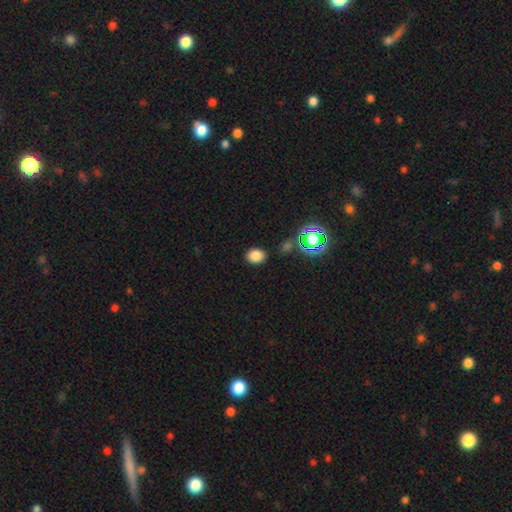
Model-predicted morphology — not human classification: Smooth or featured? Predicted: smooth (p=0.80). How rounded? Predicted: in between (p=0.52). Merging? Predicted: none (p=0.85).